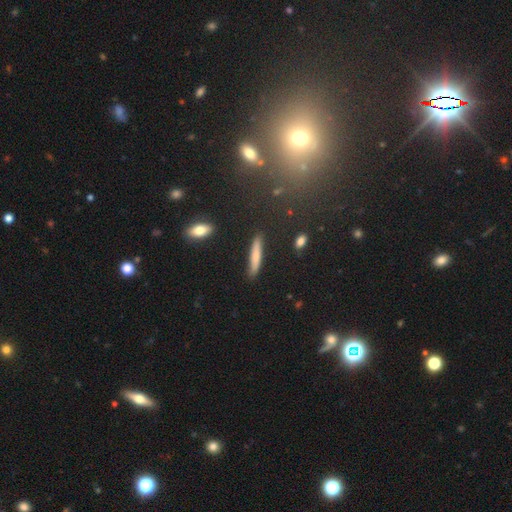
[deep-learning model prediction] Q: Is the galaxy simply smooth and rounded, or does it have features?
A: smooth — 75%.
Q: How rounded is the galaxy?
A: cigar-shaped — 92%.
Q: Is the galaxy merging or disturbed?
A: none — 87%.